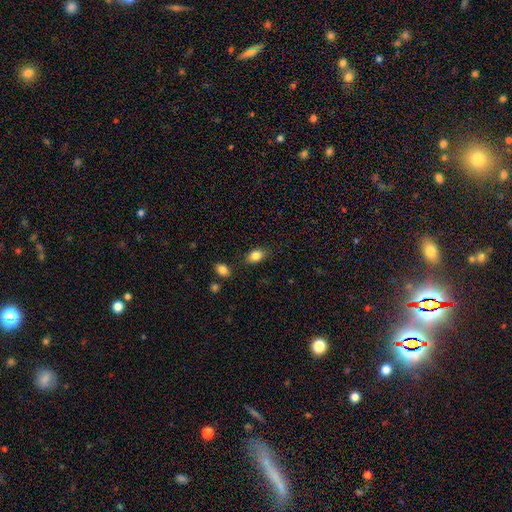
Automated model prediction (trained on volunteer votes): Smooth or featured? smooth (85%)
How rounded? in between (86%)
Merging? none (82%)